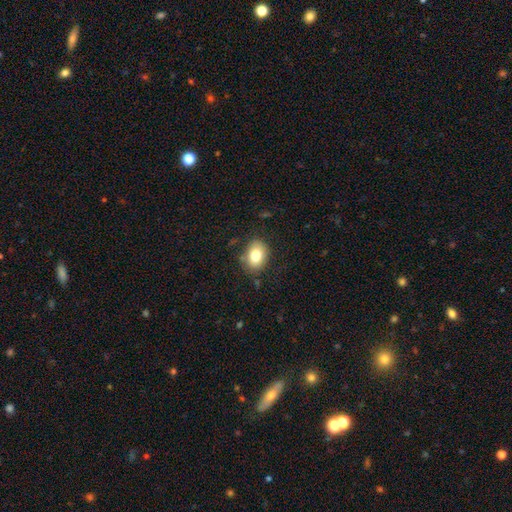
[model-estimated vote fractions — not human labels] Q: Smooth or featured?
A: smooth (79%); runner-up: featured or disk (11%)
Q: How rounded?
A: in between (69%); runner-up: round (31%)
Q: Merging?
A: none (81%); runner-up: minor disturbance (14%)